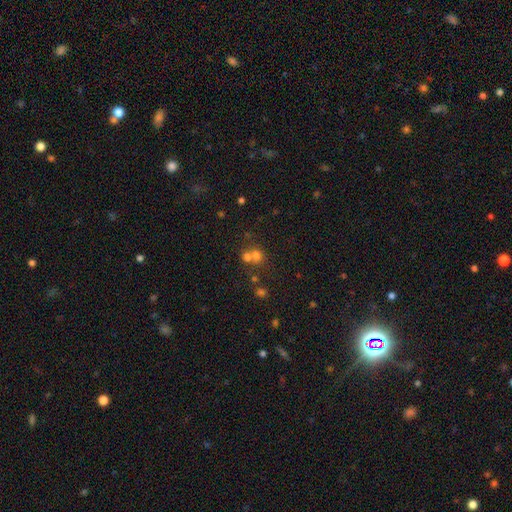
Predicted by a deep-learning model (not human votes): Overall: smooth (66%). How rounded: round (80%). Merging: merger (51%; none 40%).